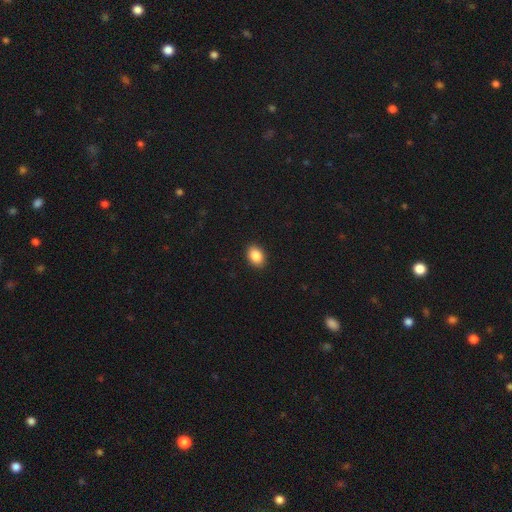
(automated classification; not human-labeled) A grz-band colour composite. It shows a smooth galaxy with no disk features (88%) that is in between round and cigar-shaped (75%). Merging: none (91%).